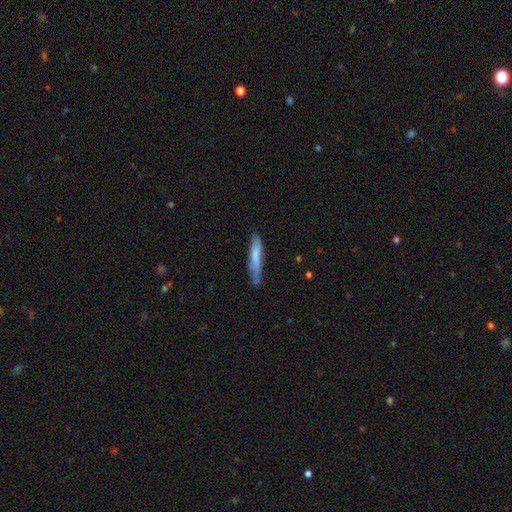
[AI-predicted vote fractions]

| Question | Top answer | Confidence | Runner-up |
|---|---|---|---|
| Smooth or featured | smooth | 69% | featured or disk (25%) |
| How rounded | cigar-shaped | 91% | in between (8%) |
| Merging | none | 68% | minor disturbance (24%) |